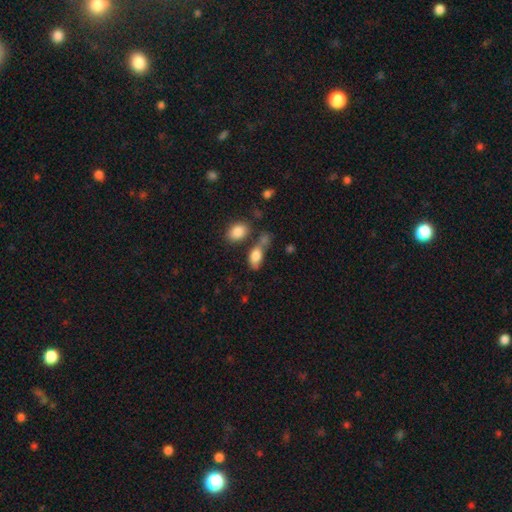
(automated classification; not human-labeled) This appears to be a smooth galaxy with no disk features (83%) that is in between round and cigar-shaped (89%). Merging: none (45%).